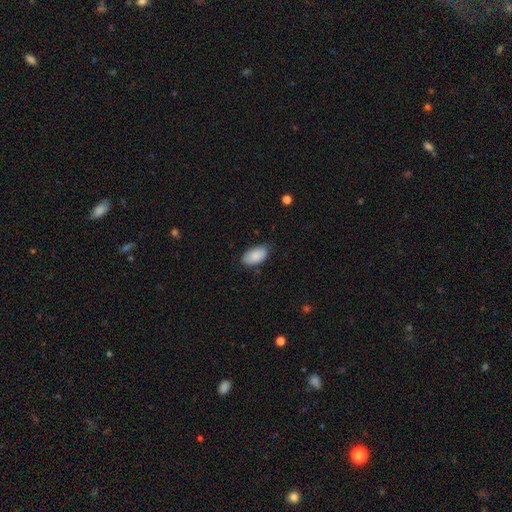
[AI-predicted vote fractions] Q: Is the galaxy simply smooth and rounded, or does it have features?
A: smooth — 88%.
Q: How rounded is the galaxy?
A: in between — 95%.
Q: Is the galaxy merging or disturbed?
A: none — 79%.